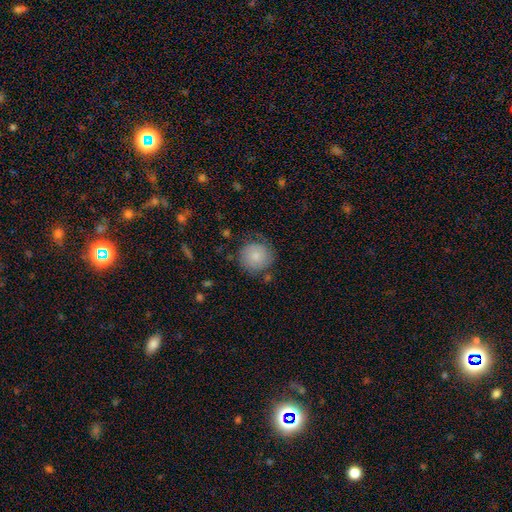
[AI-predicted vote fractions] A smooth galaxy with no disk features (75%) that is round (93%).

Vote fractions:
- Smooth or featured? smooth: 75% / featured or disk: 18% / star or artifact: 7%
- How rounded? round: 93% / in between: 6% / cigar-shaped: 1%
- Merging? none: 74% / minor disturbance: 18% / major disturbance: 6% / merger: 2%